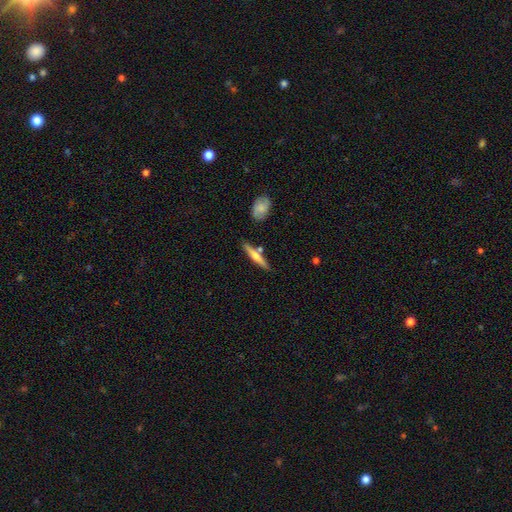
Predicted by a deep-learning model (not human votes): This is possibly a smooth galaxy (51%). How rounded: clearly cigar-shaped (88%). Merging: likely none (79%).